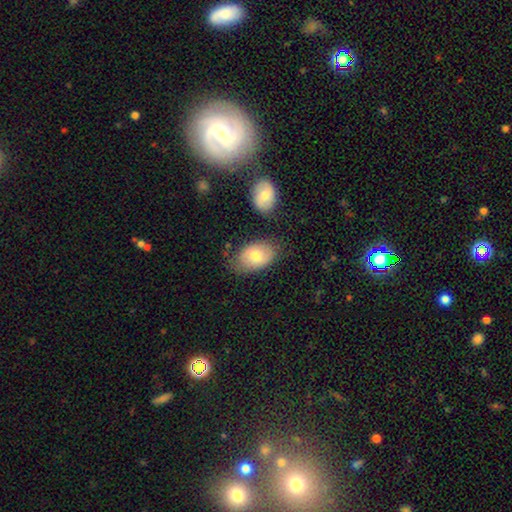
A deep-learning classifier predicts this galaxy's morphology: A smooth galaxy with no disk features (74%) that is in between round and cigar-shaped (87%). Merging: none (69%).